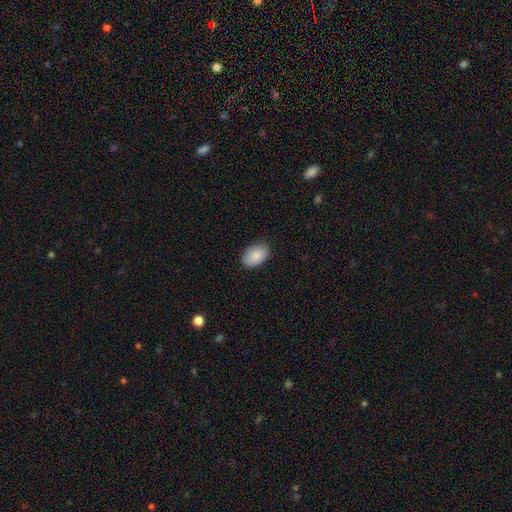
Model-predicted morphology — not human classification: Smooth or featured?
  - smooth: 88% *
  - star or artifact: 6%
  - featured or disk: 6%
How rounded?
  - in between: 91% *
  - round: 8%
  - cigar-shaped: 1%
Merging?
  - none: 86% *
  - minor disturbance: 11%
  - major disturbance: 2%
  - merger: 1%